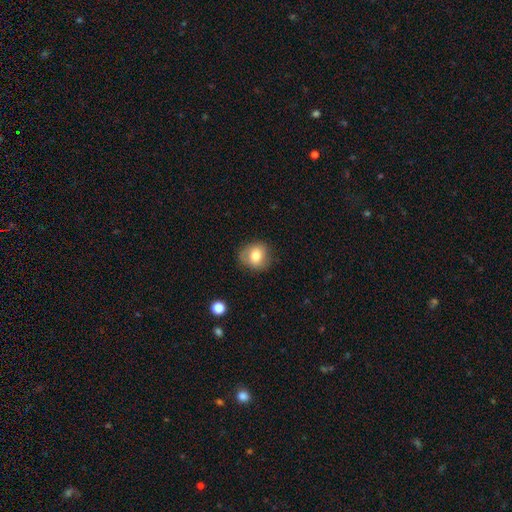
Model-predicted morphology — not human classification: This is likely a smooth galaxy (76%). How rounded: likely round (71%). Merging: likely none (77%).